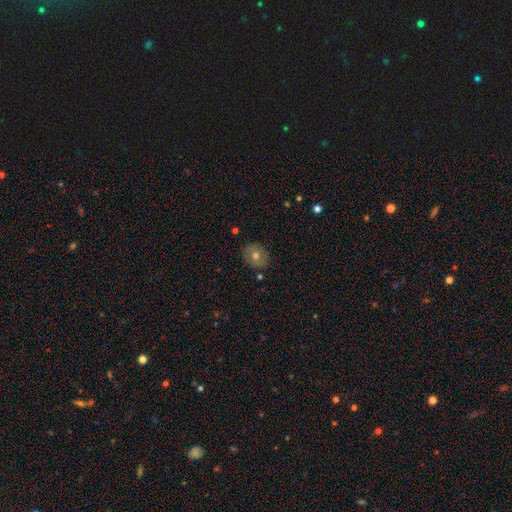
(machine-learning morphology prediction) Smooth or featured?
  - smooth: 56% *
  - featured or disk: 32%
  - star or artifact: 11%
How rounded?
  - round: 70% *
  - in between: 29%
  - cigar-shaped: 1%
Merging?
  - none: 86% *
  - minor disturbance: 10%
  - major disturbance: 2%
  - merger: 1%